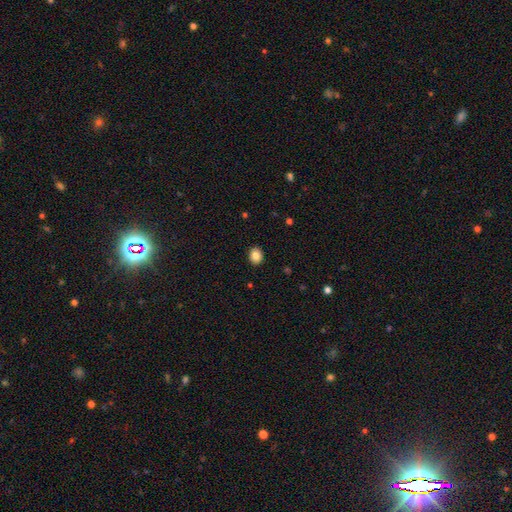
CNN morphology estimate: Smooth or featured?
  - smooth: 85% *
  - star or artifact: 9%
  - featured or disk: 5%
How rounded?
  - round: 57% *
  - in between: 42%
  - cigar-shaped: 1%
Merging?
  - none: 91% *
  - minor disturbance: 6%
  - major disturbance: 2%
  - merger: 1%